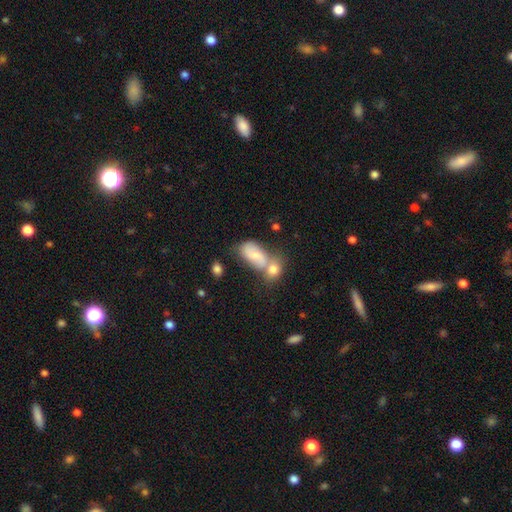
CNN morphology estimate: A smooth galaxy with no disk features (61%) that is in between round and cigar-shaped (88%).

Vote fractions:
- Smooth or featured? smooth: 61% / featured or disk: 30% / star or artifact: 9%
- How rounded? in between: 88% / round: 8% / cigar-shaped: 4%
- Merging? merger: 55% / none: 25% / minor disturbance: 13% / major disturbance: 7%